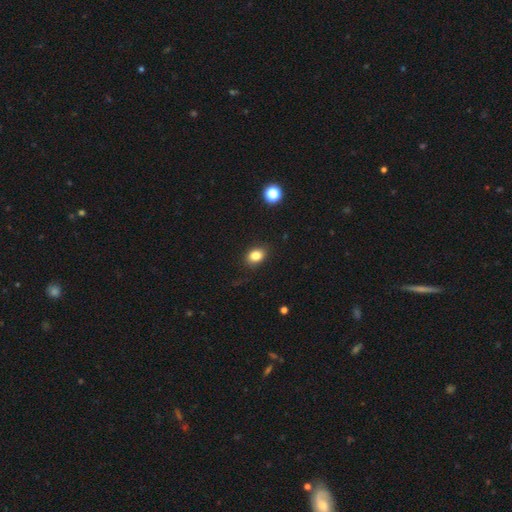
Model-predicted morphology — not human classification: smooth-or-featured: smooth: 84% | star or artifact: 11% | featured or disk: 6%
  how-rounded: in between: 64% | round: 35% | cigar-shaped: 1%
  merging: none: 86% | minor disturbance: 10% | major disturbance: 3% | merger: 1%